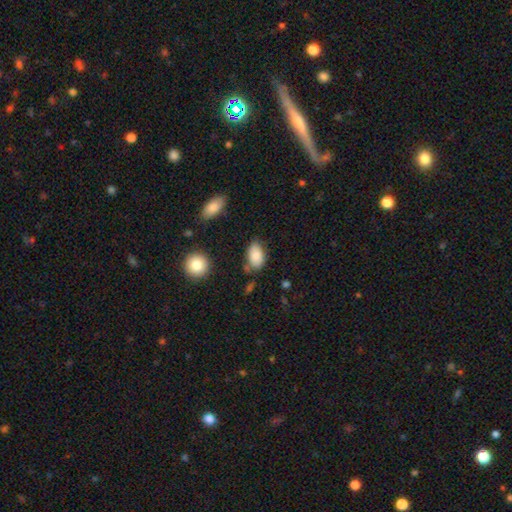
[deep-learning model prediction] Morphology: type=smooth (85%); roundness=in between (92%); merging=none (68%).